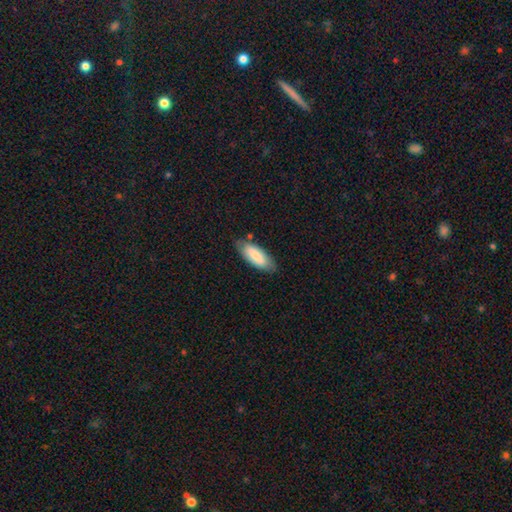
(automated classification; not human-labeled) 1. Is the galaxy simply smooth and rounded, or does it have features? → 80% smooth, 15% featured or disk, 6% star or artifact.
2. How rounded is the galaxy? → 75% in between, 23% cigar-shaped, 1% round.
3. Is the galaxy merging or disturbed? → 80% none, 16% minor disturbance, 3% major disturbance, 2% merger.